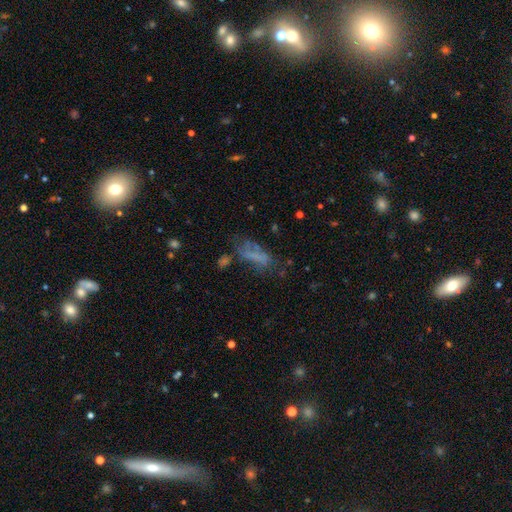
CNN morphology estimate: A smooth galaxy with no disk features (49%). Merging: none (38%).